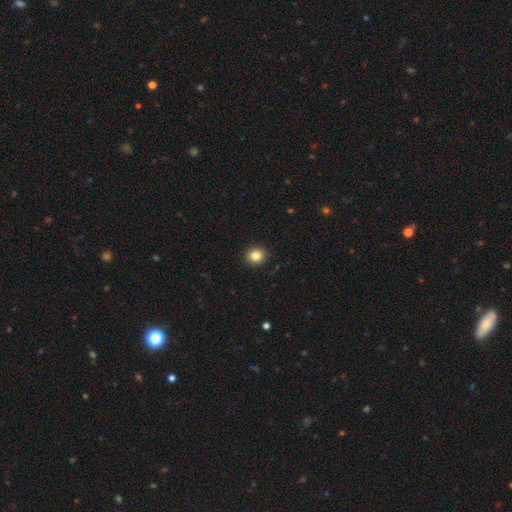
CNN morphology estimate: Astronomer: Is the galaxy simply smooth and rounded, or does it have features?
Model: smooth — 85%.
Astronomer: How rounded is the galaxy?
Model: round — 85%.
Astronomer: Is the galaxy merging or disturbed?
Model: none — 92%.